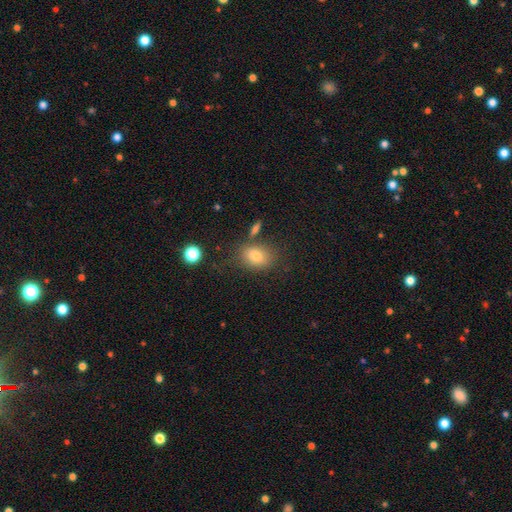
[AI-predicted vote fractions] smooth_or_featured: smooth (p=0.78) [alt: featured or disk p=0.11]
how_rounded: in between (p=0.71) [alt: round p=0.28]
merging: none (p=0.70) [alt: minor disturbance p=0.15]